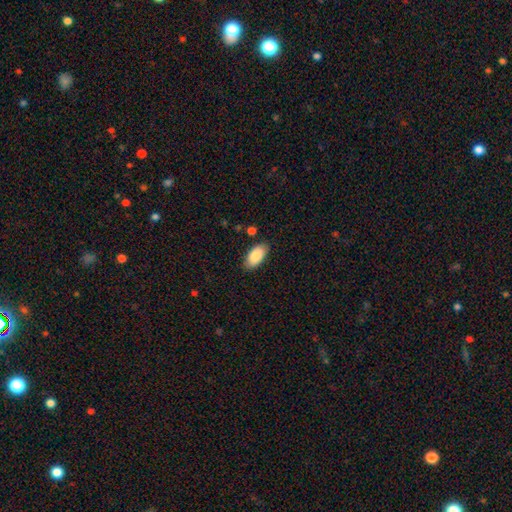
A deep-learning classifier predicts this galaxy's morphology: Q: Smooth or featured?
A: smooth (88%); runner-up: star or artifact (6%)
Q: How rounded?
A: in between (94%); runner-up: cigar-shaped (4%)
Q: Merging?
A: none (84%); runner-up: minor disturbance (12%)